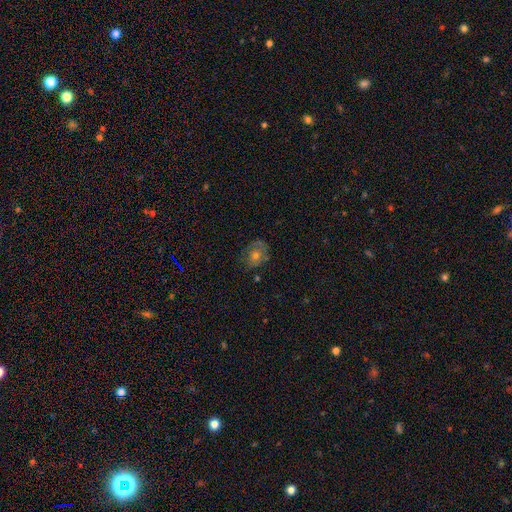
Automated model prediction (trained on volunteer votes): Smooth or featured?
  - smooth: 45% *
  - featured or disk: 41%
  - star or artifact: 14%
Merging?
  - none: 67% *
  - minor disturbance: 21%
  - major disturbance: 10%
  - merger: 2%